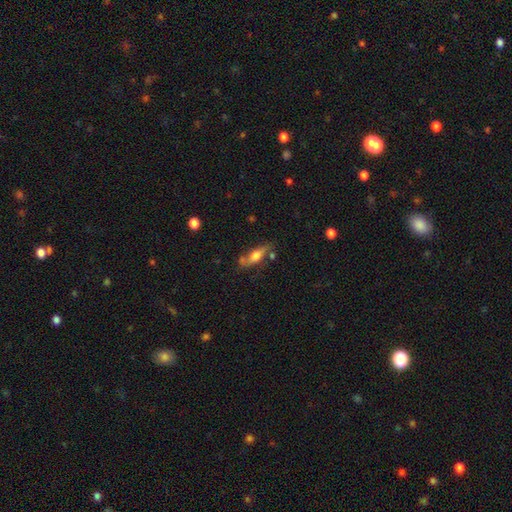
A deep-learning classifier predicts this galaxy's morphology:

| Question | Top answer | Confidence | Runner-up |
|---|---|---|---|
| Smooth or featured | featured or disk | 47% | smooth (45%) |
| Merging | none | 61% | minor disturbance (21%) |